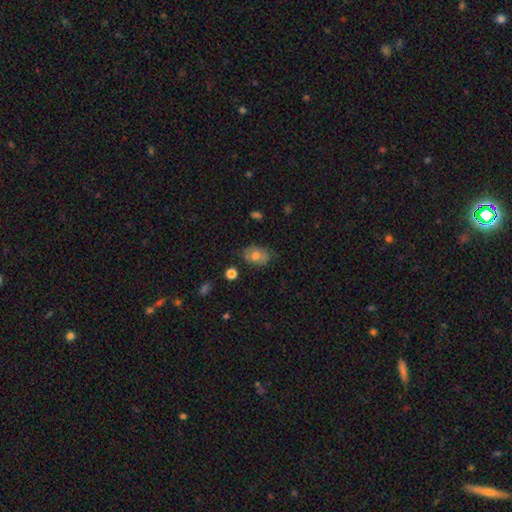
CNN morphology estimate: This is likely a smooth galaxy (73%). How rounded: clearly in between (82%). Merging: likely none (73%).